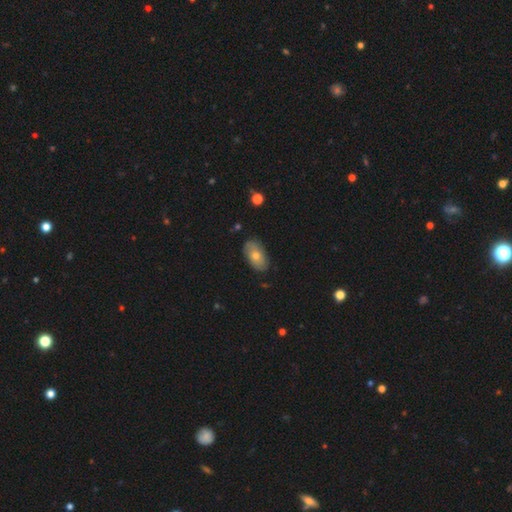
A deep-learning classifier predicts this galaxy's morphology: This appears to be a smooth galaxy with no disk features (63%) that is in between round and cigar-shaped (92%). Merging: none (82%).